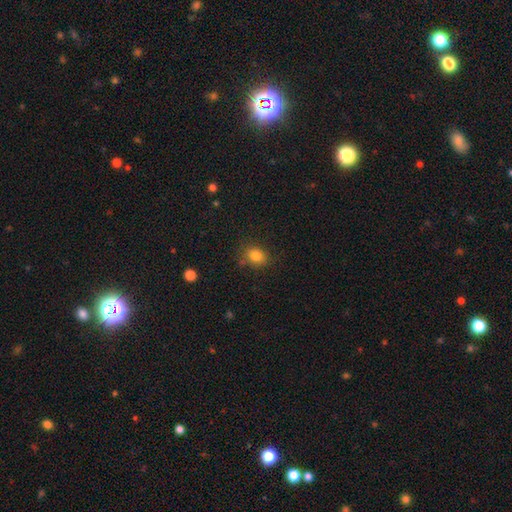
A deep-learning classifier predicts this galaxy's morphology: Smooth or featured?
  - smooth: 82% *
  - star or artifact: 11%
  - featured or disk: 6%
How rounded?
  - in between: 56% *
  - round: 42%
  - cigar-shaped: 1%
Merging?
  - none: 76% *
  - minor disturbance: 16%
  - major disturbance: 4%
  - merger: 3%